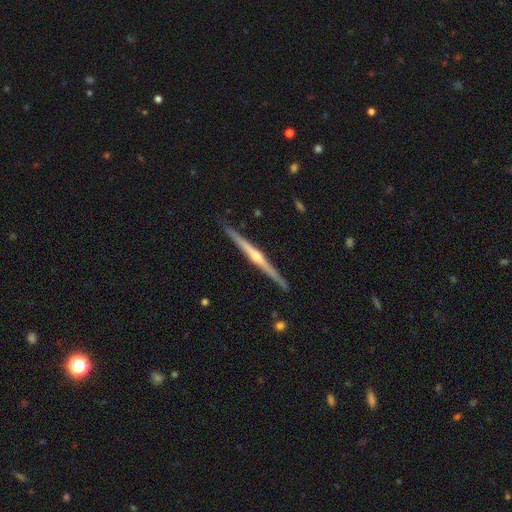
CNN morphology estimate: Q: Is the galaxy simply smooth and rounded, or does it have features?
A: featured or disk — 83%.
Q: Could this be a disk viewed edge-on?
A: yes — 99%.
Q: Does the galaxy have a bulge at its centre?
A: rounded — 85%.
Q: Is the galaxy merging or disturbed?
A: none — 91%.